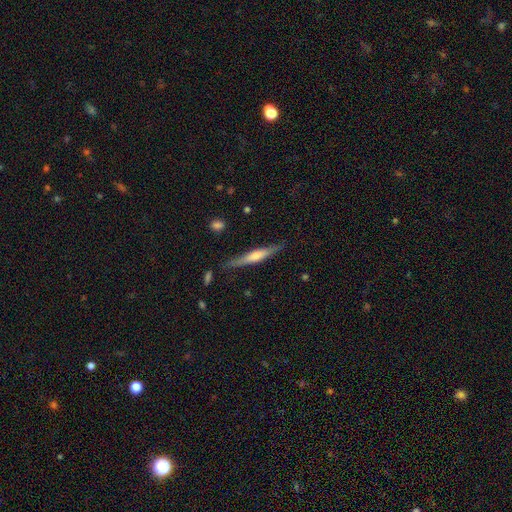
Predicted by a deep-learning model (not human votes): A featured or disk galaxy (62%) viewed edge-on (96%) with a rounded central bulge (62%). Merging: none (85%).